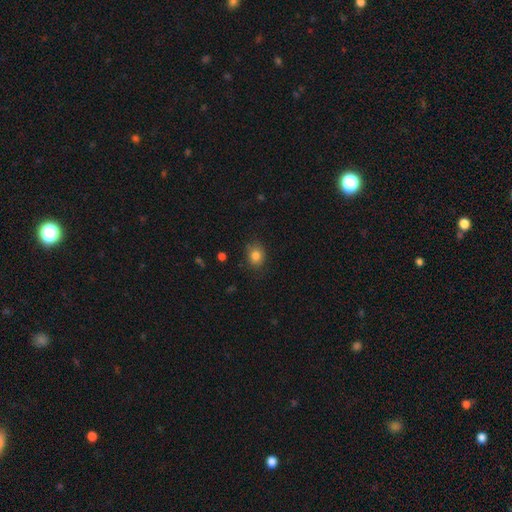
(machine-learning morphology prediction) smooth-or-featured: smooth: 82% | star or artifact: 10% | featured or disk: 7%
  how-rounded: round: 55% | in between: 44% | cigar-shaped: 1%
  merging: none: 79% | minor disturbance: 16% | major disturbance: 3% | merger: 1%